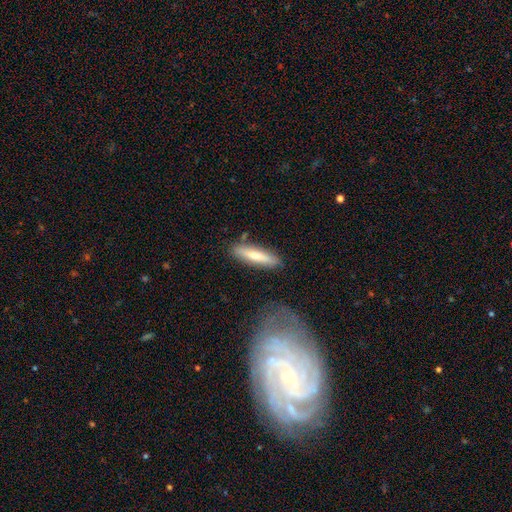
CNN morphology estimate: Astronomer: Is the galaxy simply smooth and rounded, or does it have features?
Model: smooth — 70%.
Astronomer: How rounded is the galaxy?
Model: cigar-shaped — 77%.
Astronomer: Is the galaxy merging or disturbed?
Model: none — 81%.